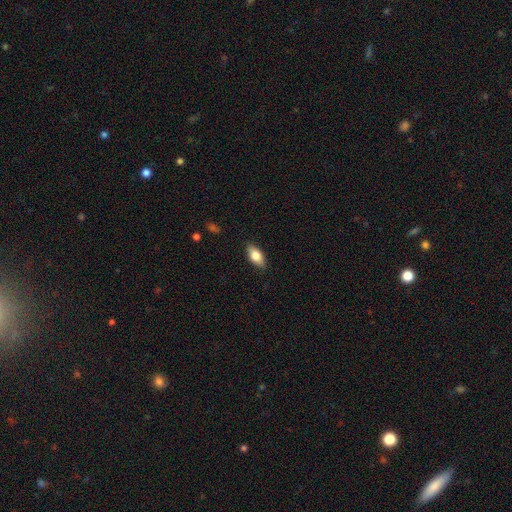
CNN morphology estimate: Overall: smooth (78%). How rounded: in between (89%). Merging: none (87%).